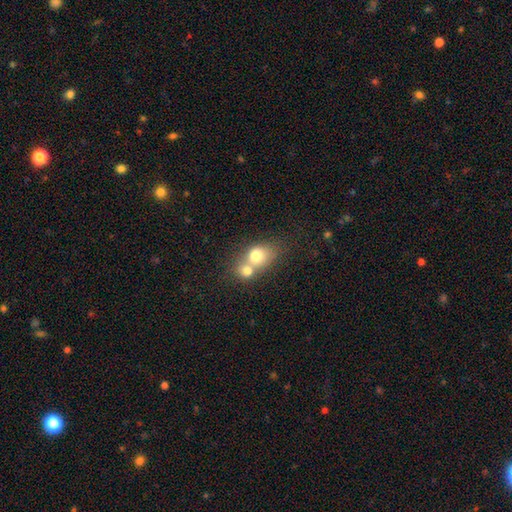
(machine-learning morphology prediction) smooth 72%, featured or disk 18%, star or artifact 10%. Down the decision tree: how rounded — round (53%); merging — merger (70%).